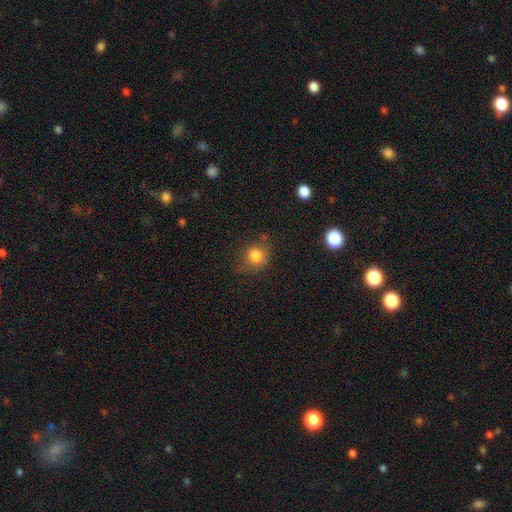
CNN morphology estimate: This appears to be a smooth galaxy with no disk features (81%) that is round (79%). Merging: none (69%).